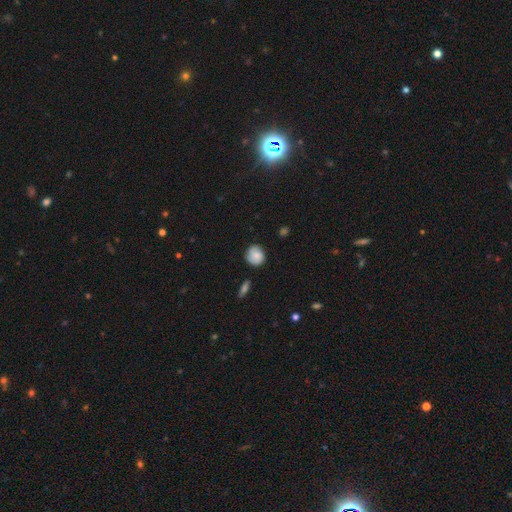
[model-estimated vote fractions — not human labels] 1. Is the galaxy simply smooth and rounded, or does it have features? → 77% smooth, 15% featured or disk, 8% star or artifact.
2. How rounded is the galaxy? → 83% round, 16% in between, 1% cigar-shaped.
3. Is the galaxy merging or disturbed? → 75% none, 19% minor disturbance, 3% major disturbance, 2% merger.